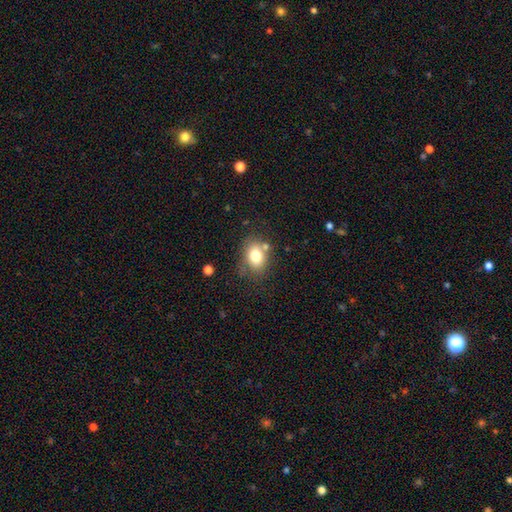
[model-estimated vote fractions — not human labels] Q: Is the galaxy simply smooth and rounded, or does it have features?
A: smooth — 77%.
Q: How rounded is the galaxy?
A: in between — 60%.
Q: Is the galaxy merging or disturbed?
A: none — 67%.